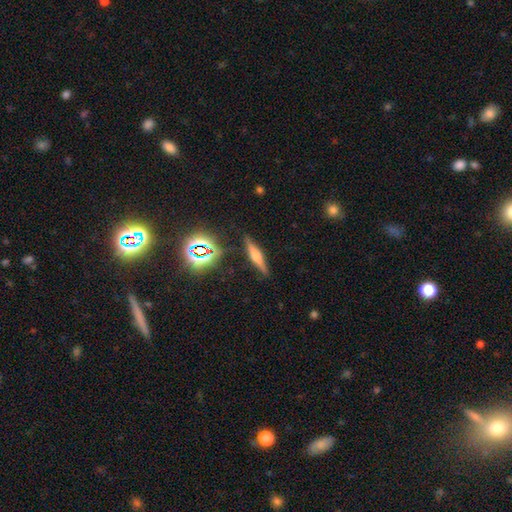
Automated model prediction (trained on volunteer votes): smooth-or-featured: featured or disk: 47% | smooth: 39% | star or artifact: 14%
  merging: none: 86% | minor disturbance: 9% | major disturbance: 2% | merger: 2%